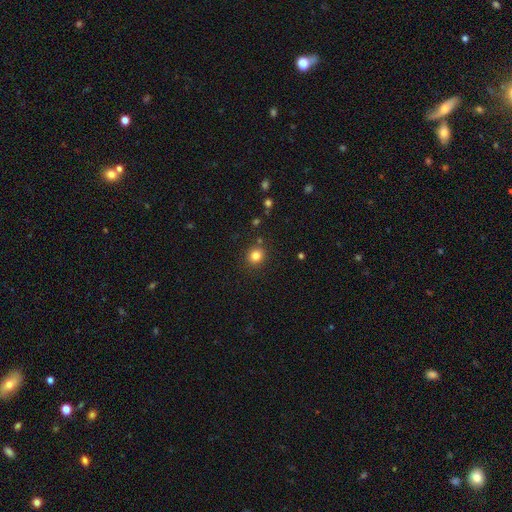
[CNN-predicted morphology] This appears to be a smooth galaxy with no disk features (82%) that is round (84%). Merging: none (86%).